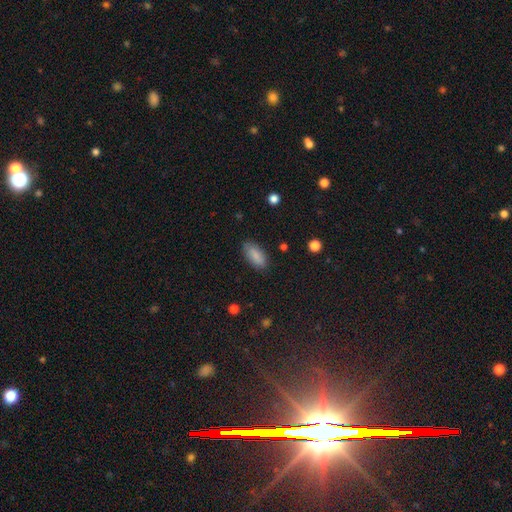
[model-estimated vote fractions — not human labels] Smooth or featured? Predicted: smooth (p=0.85). How rounded? Predicted: in between (p=0.87). Merging? Predicted: none (p=0.84).